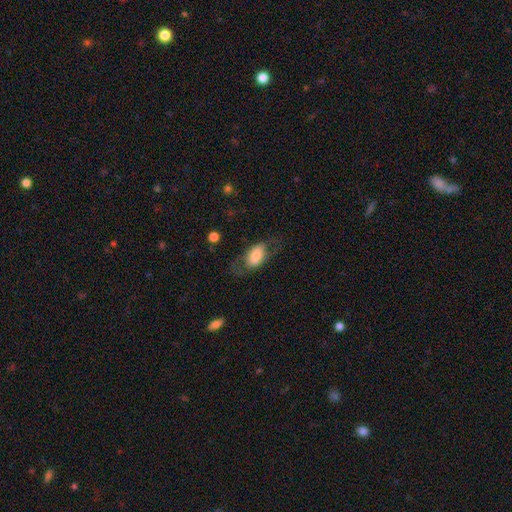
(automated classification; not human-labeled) Morphology: type=smooth (65%); roundness=in between (90%); merging=none (55%).